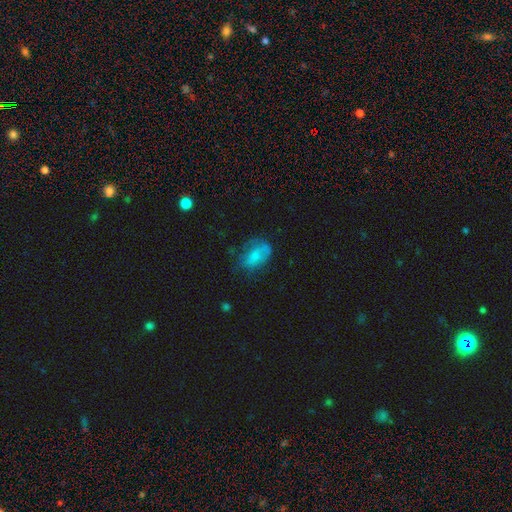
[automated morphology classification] Q: Smooth or featured?
A: smooth (62%); runner-up: featured or disk (28%)
Q: How rounded?
A: in between (82%); runner-up: round (16%)
Q: Merging?
A: none (44%); runner-up: minor disturbance (30%)